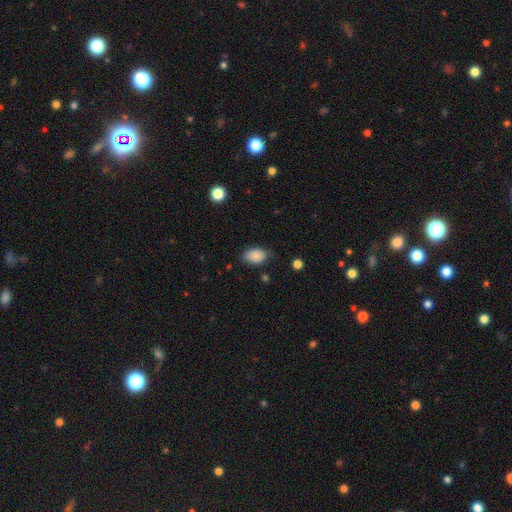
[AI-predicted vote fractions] Smooth or featured: smooth — 89% (star or artifact — 8%)
How rounded: in between — 85% (round — 14%)
Merging: none — 76% (minor disturbance — 19%)